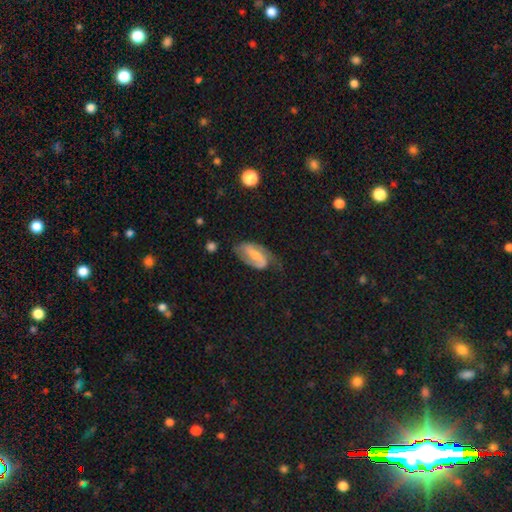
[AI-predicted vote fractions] The model was most divided on "bar": strong: 44%, weak: 37%, no: 18%. Remaining: edge-on disk — no (96%); spiral arms — yes (90%); spiral arm count — 2 (73%); smooth or featured — featured or disk (70%); merging — none (51%); spiral winding — medium (44%); bulge size — small (42%).